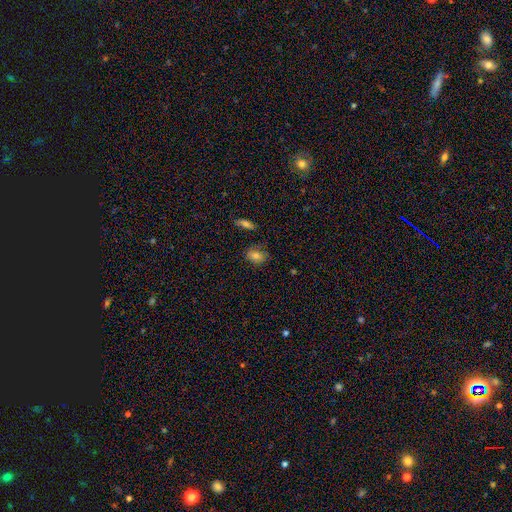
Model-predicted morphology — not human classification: Smooth or featured? Predicted: smooth (p=0.74). How rounded? Predicted: in between (p=0.75). Merging? Predicted: none (p=0.69).